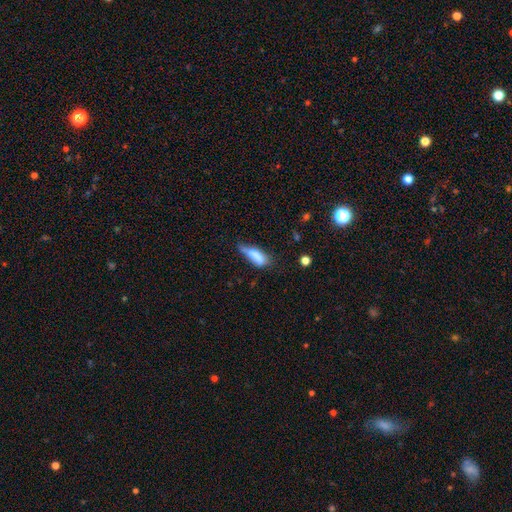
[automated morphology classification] type=smooth (72%); roundness=in between (50%); merging=minor disturbance (38%).